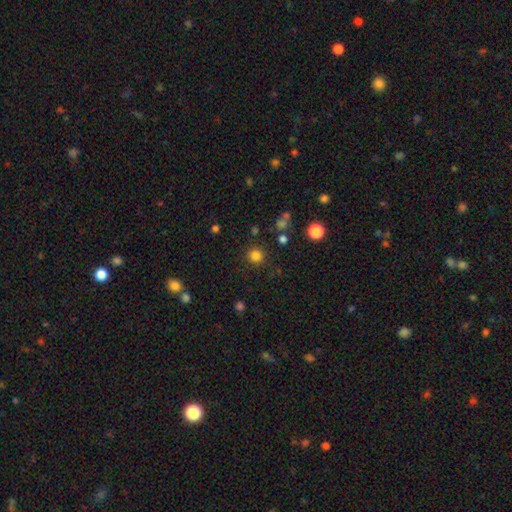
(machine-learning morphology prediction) smooth_or_featured: smooth (p=0.81) [alt: star or artifact p=0.14]
how_rounded: round (p=0.94) [alt: in between p=0.05]
merging: none (p=0.89) [alt: minor disturbance p=0.06]